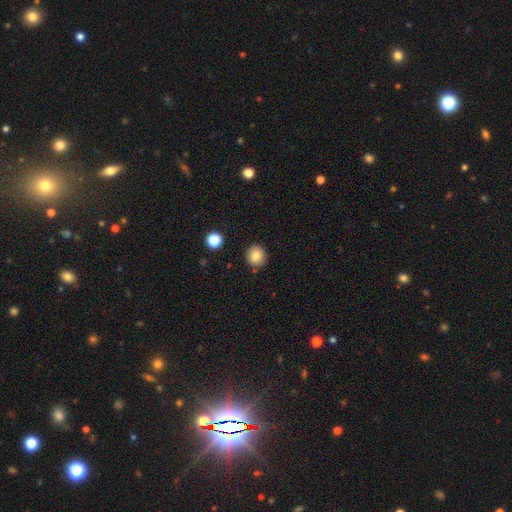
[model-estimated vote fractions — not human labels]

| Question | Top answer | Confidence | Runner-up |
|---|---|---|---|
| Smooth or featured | smooth | 83% | star or artifact (10%) |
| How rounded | round | 88% | in between (11%) |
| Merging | none | 88% | minor disturbance (8%) |